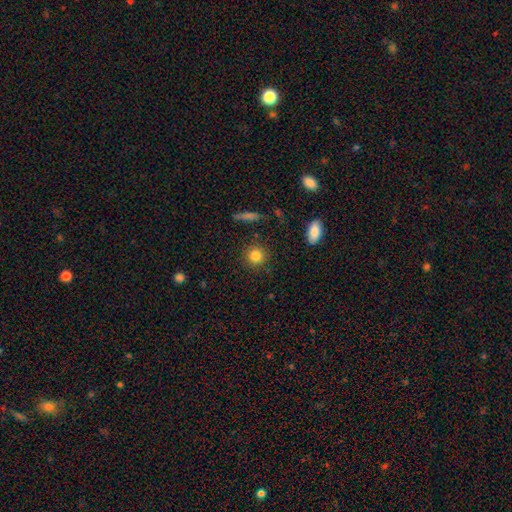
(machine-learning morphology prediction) smooth 84%, star or artifact 10%, featured or disk 6%. Down the decision tree: how rounded — round (90%); merging — none (89%).